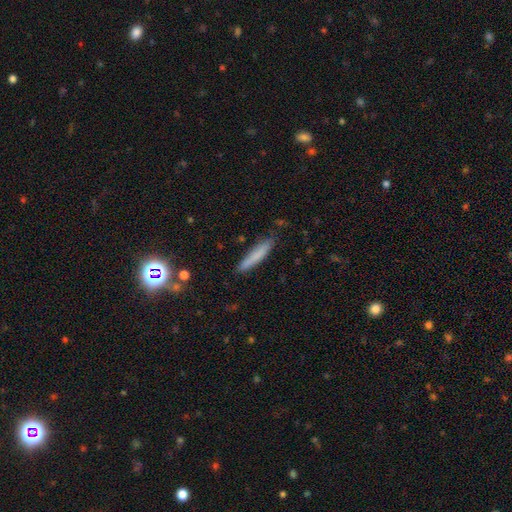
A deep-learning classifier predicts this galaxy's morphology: Overall: smooth (75%). How rounded: cigar-shaped (90%). Merging: none (82%).